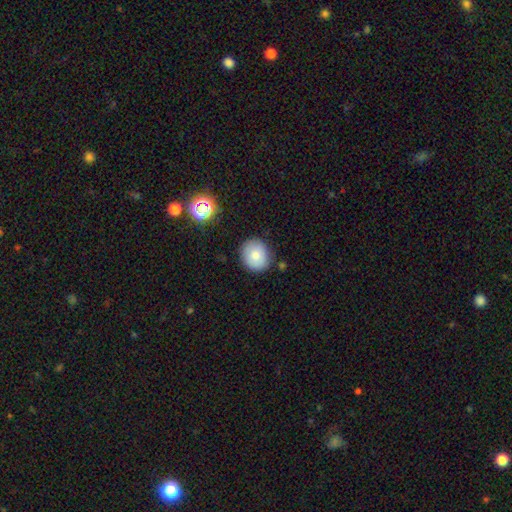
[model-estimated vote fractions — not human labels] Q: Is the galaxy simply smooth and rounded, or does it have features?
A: smooth — 80%.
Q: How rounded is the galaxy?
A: round — 77%.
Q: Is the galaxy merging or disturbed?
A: none — 84%.